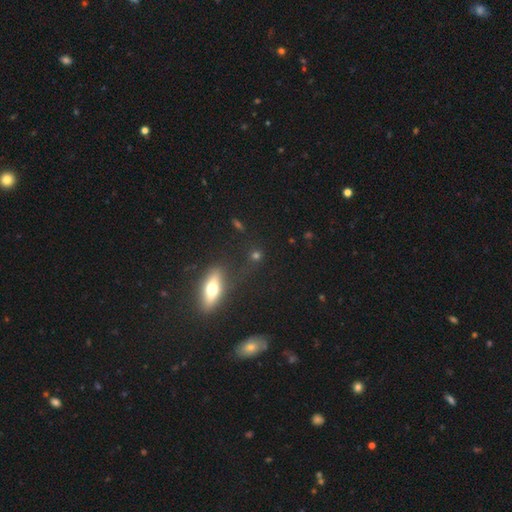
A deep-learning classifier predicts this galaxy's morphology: Overall: smooth (49%; star or artifact 29%). Merging: none (77%).